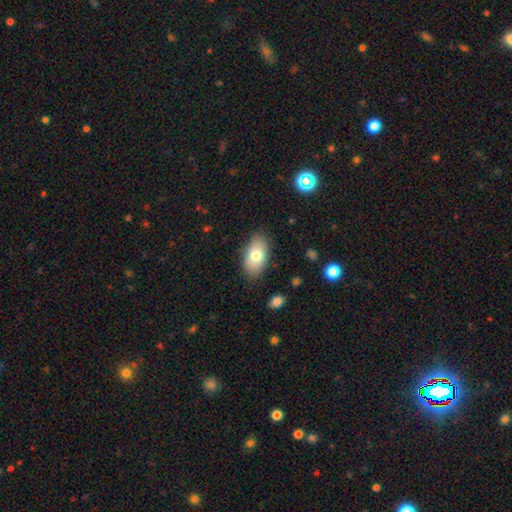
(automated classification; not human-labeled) smooth-or-featured: smooth: 76% | featured or disk: 17% | star or artifact: 7%
  how-rounded: in between: 93% | round: 4% | cigar-shaped: 2%
  merging: none: 84% | minor disturbance: 12% | major disturbance: 3% | merger: 1%